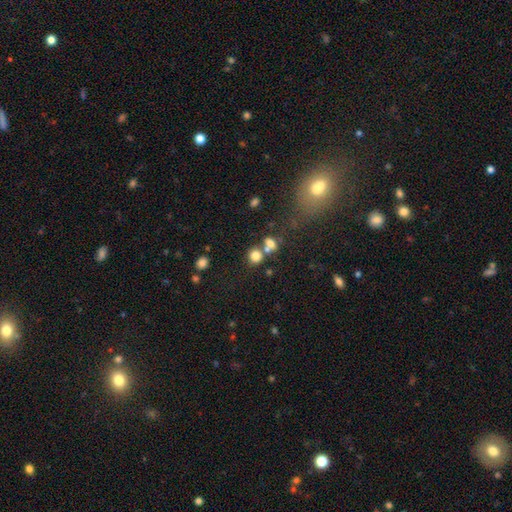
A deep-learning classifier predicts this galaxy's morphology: This is likely a smooth galaxy (77%). How rounded: clearly round (83%). Merging: possibly none (55%).